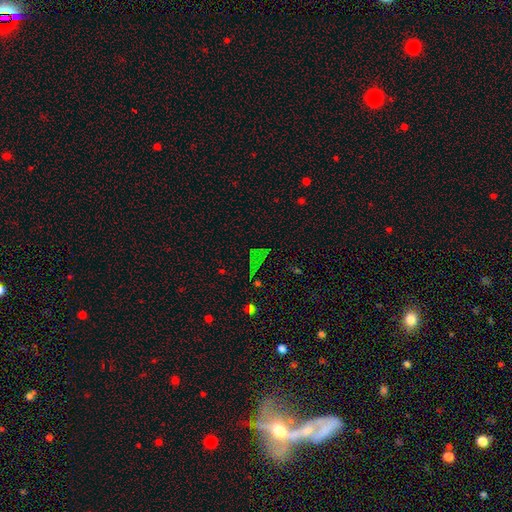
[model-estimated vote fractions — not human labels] smooth-or-featured: star or artifact: 62% | smooth: 24% | featured or disk: 14%